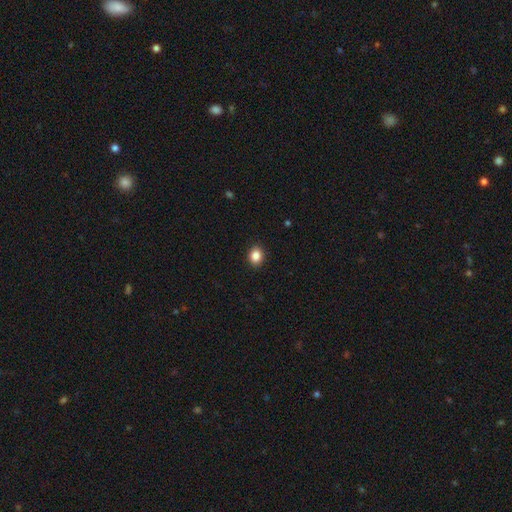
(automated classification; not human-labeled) Morphology: type=smooth (86%); roundness=round (53%); merging=none (91%).